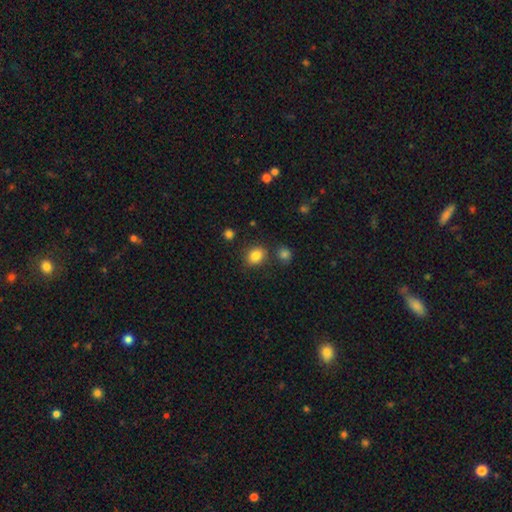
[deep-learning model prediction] Smooth or featured? Predicted: smooth (p=0.84). How rounded? Predicted: in between (p=0.54). Merging? Predicted: none (p=0.76).